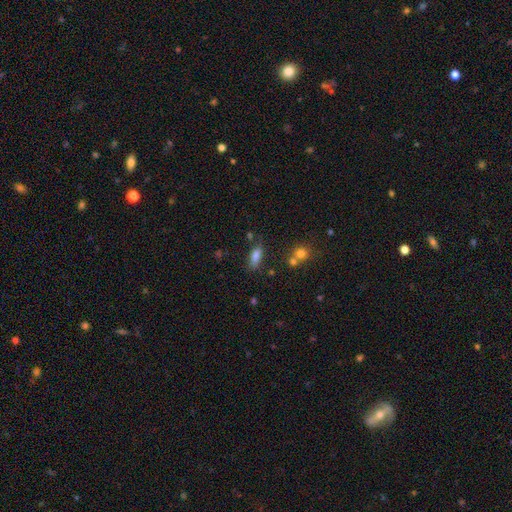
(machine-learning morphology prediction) This appears to be a smooth galaxy with no disk features (81%) that is in between round and cigar-shaped (74%). Merging: none (67%).